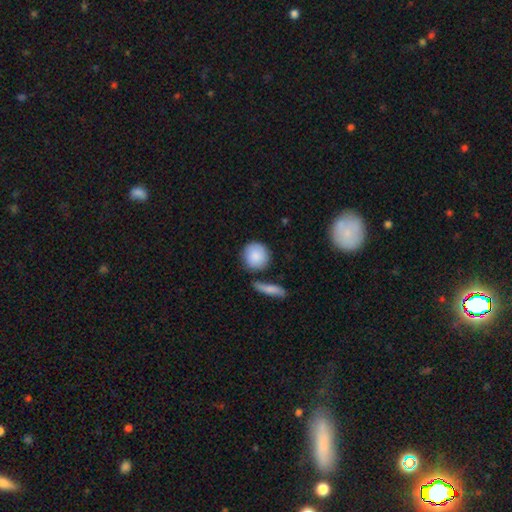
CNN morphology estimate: smooth_or_featured: smooth (p=0.86) [alt: featured or disk p=0.08]
how_rounded: round (p=0.87) [alt: in between p=0.11]
merging: none (p=0.70) [alt: minor disturbance p=0.14]